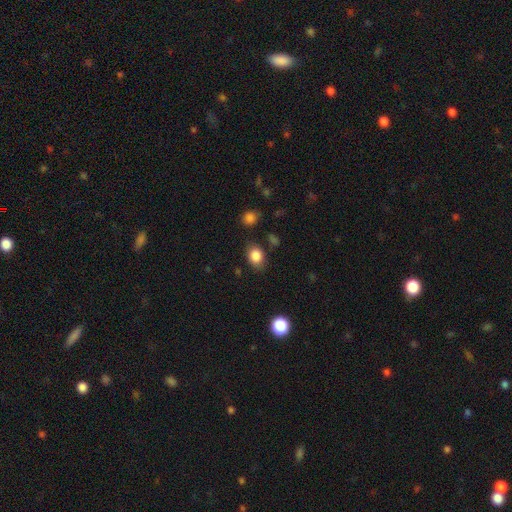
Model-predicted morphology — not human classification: Overall: smooth (85%). How rounded: in between (60%; round 38%). Merging: none (77%).